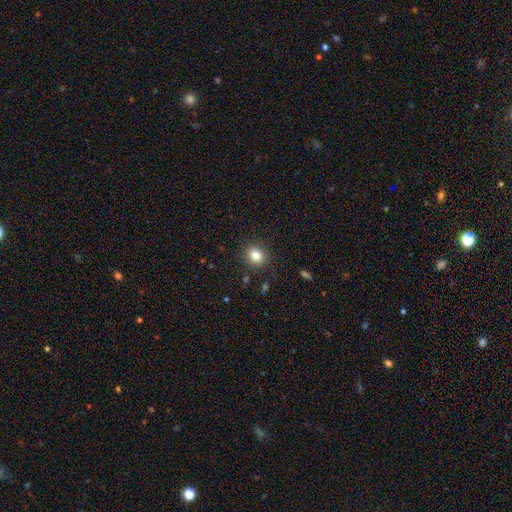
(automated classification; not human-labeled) The model was most divided on "how rounded": round: 76%, in between: 23%, cigar-shaped: 1%. More confident: merging — none (89%); smooth or featured — smooth (83%).